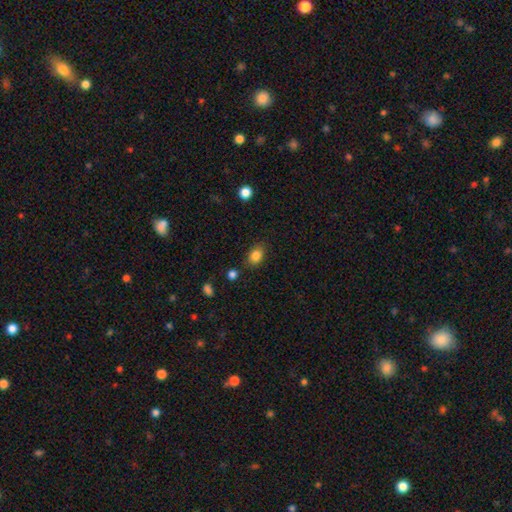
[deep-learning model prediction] A smooth galaxy with no disk features (84%) that is in between round and cigar-shaped (63%).

Vote fractions:
- Smooth or featured? smooth: 84% / star or artifact: 10% / featured or disk: 6%
- How rounded? in between: 63% / round: 36% / cigar-shaped: 1%
- Merging? none: 78% / minor disturbance: 15% / major disturbance: 4% / merger: 3%